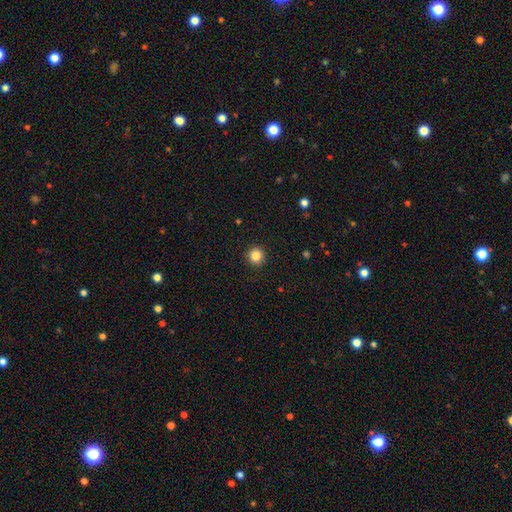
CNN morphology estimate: type=smooth (84%); roundness=round (95%); merging=none (93%).